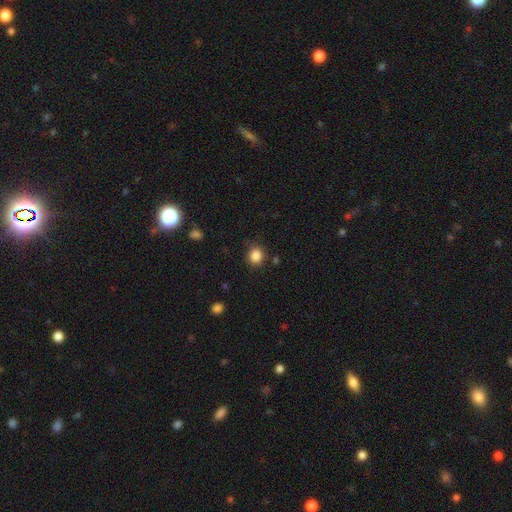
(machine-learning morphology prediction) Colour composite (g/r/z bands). It shows a smooth galaxy with no disk features (85%) that is round (83%). Merging: none (83%).